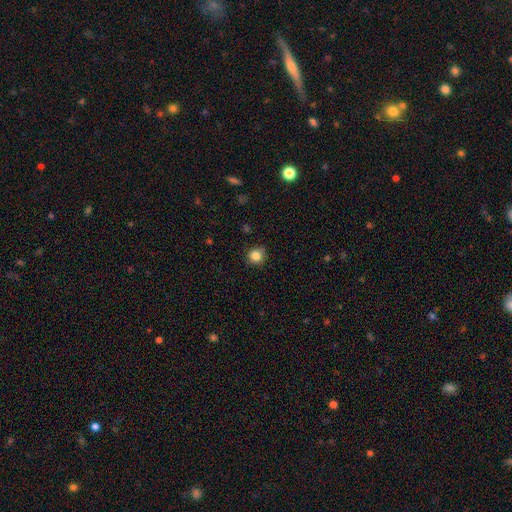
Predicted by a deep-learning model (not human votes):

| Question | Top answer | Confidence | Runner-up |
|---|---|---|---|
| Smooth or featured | smooth | 84% | star or artifact (11%) |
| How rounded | round | 91% | in between (8%) |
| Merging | none | 88% | minor disturbance (9%) |